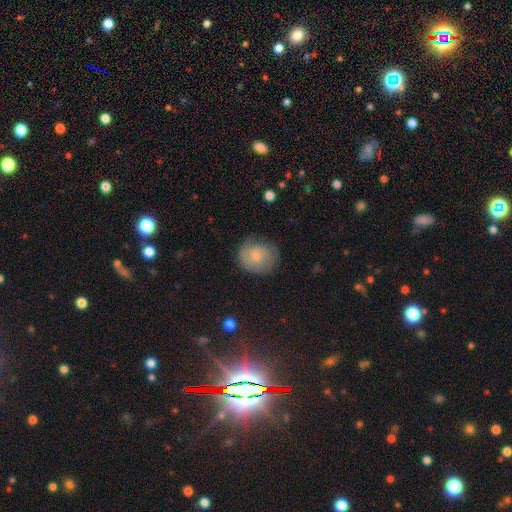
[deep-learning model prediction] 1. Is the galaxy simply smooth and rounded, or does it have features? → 50% smooth, 43% featured or disk, 8% star or artifact.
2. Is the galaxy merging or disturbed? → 68% none, 22% minor disturbance, 9% major disturbance, 1% merger.